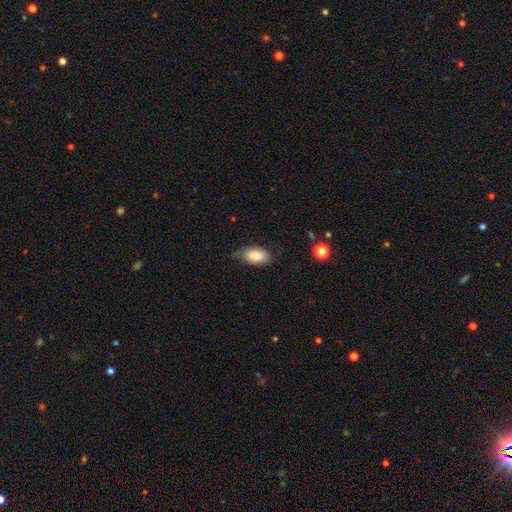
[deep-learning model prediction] The model was most divided on "merging": none: 60%, minor disturbance: 31%, major disturbance: 7%, merger: 2%. More confident: how rounded — in between (93%); smooth or featured — smooth (83%).